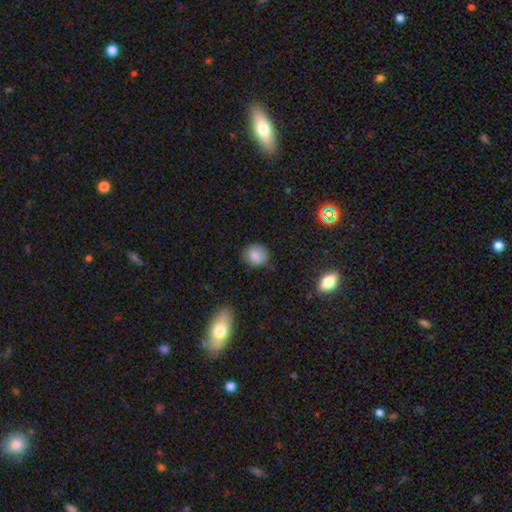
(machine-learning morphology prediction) Smooth or featured? Predicted: smooth (p=0.84). How rounded? Predicted: round (p=0.73). Merging? Predicted: none (p=0.80).